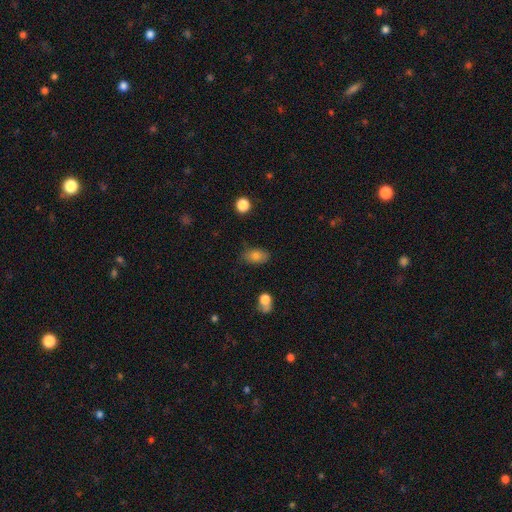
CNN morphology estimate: Smooth or featured: smooth — 78% (featured or disk — 12%)
How rounded: in between — 86% (round — 11%)
Merging: none — 71% (minor disturbance — 21%)